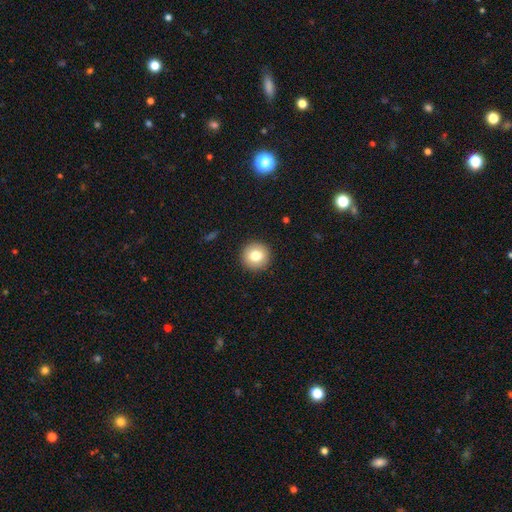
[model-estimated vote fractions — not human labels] Morphology: type=smooth (79%); roundness=round (96%); merging=none (92%).